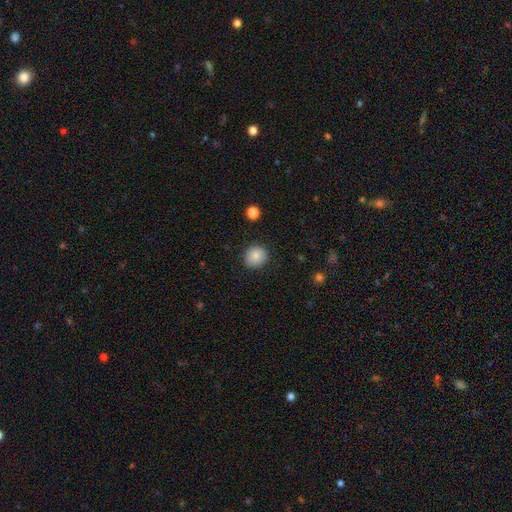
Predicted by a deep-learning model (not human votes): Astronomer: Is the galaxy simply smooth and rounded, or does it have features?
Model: smooth — 84%.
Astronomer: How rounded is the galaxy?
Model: round — 86%.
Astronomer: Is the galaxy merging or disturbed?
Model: none — 88%.